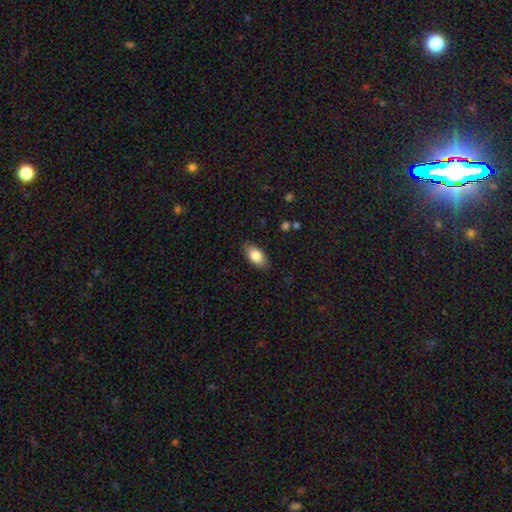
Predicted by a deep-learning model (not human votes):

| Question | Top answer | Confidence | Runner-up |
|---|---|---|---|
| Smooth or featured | smooth | 83% | featured or disk (10%) |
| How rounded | in between | 91% | cigar-shaped (4%) |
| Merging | none | 86% | minor disturbance (11%) |